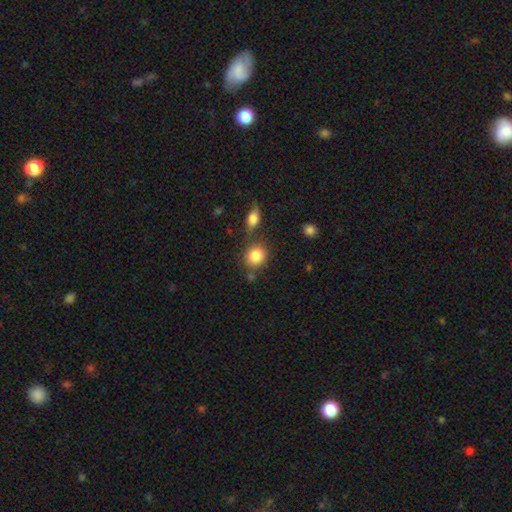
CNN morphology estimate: A smooth galaxy with no disk features (85%) that is round (73%).

Vote fractions:
- Smooth or featured? smooth: 85% / star or artifact: 8% / featured or disk: 7%
- How rounded? round: 73% / in between: 26% / cigar-shaped: 1%
- Merging? none: 67% / merger: 16% / minor disturbance: 13% / major disturbance: 4%